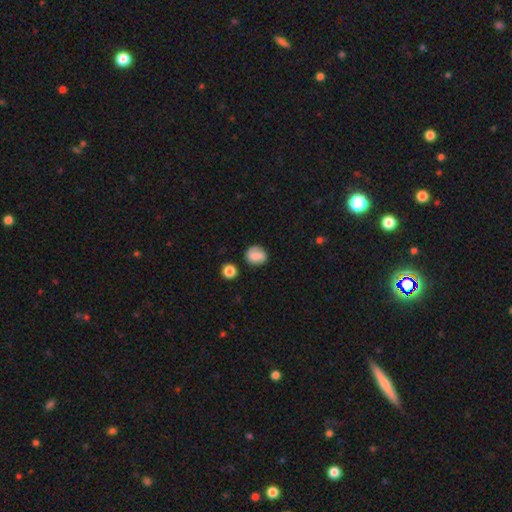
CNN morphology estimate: smooth 74%, featured or disk 16%, star or artifact 9%. Down the decision tree: how rounded — round (73%); merging — none (76%).